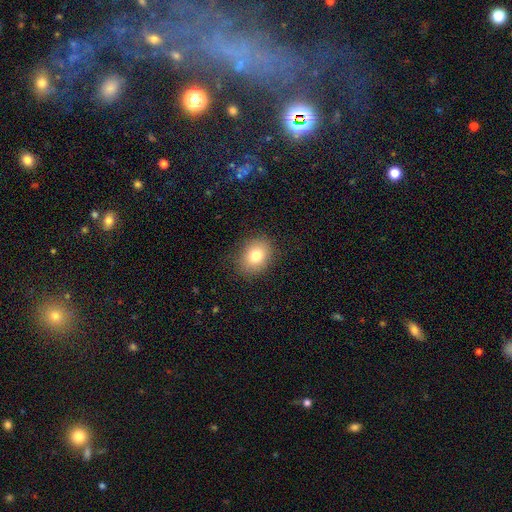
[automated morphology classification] Overall: smooth (78%). How rounded: in between (54%; round 46%). Merging: none (86%).